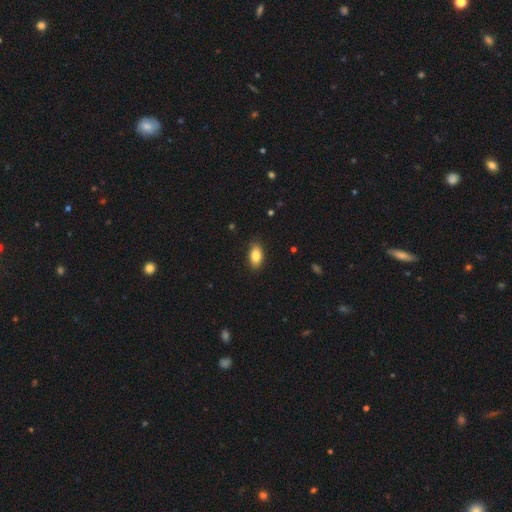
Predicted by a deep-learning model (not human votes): Q: Smooth or featured?
A: smooth (85%); runner-up: featured or disk (8%)
Q: How rounded?
A: in between (91%); runner-up: round (5%)
Q: Merging?
A: none (86%); runner-up: minor disturbance (11%)